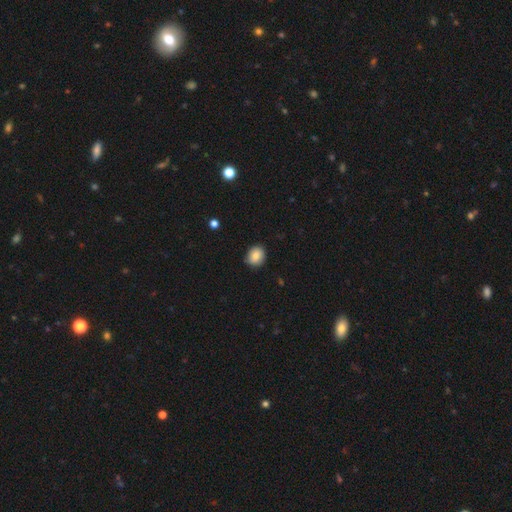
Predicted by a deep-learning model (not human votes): This appears to be a smooth galaxy with no disk features (85%) that is round (64%). Merging: none (82%).